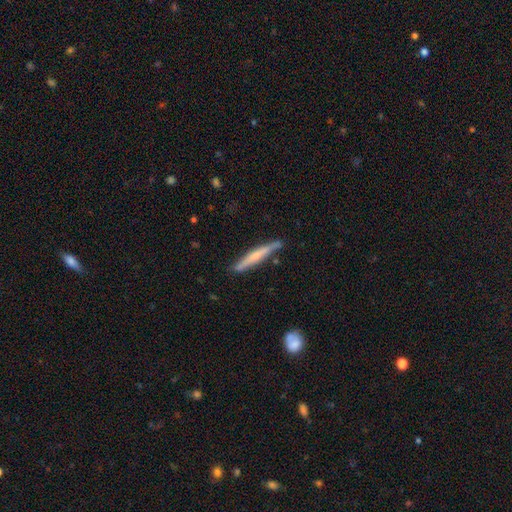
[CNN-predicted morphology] This appears to be a smooth galaxy with no disk features (50%). Merging: none (81%).